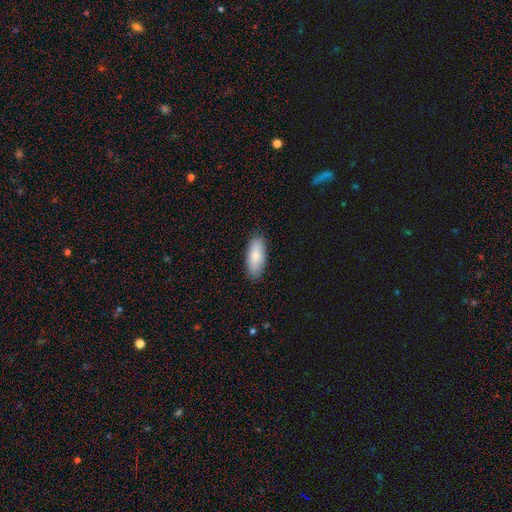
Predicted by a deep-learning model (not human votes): smooth_or_featured: smooth (p=0.81) [alt: featured or disk p=0.13]
how_rounded: in between (p=0.85) [alt: cigar-shaped p=0.13]
merging: none (p=0.85) [alt: minor disturbance p=0.11]